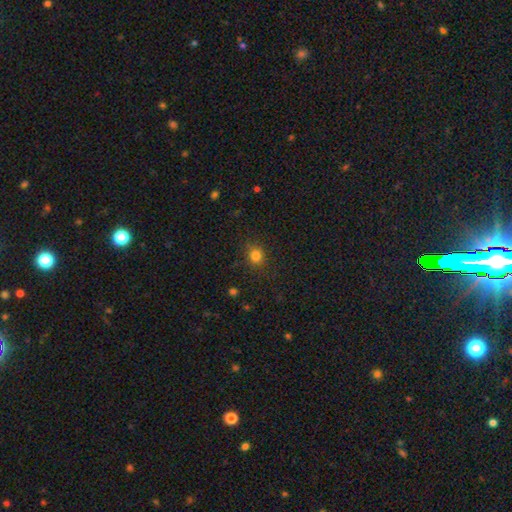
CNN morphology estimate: smooth_or_featured: smooth (p=0.81) [alt: star or artifact p=0.14]
how_rounded: round (p=0.80) [alt: in between p=0.19]
merging: none (p=0.87) [alt: minor disturbance p=0.09]